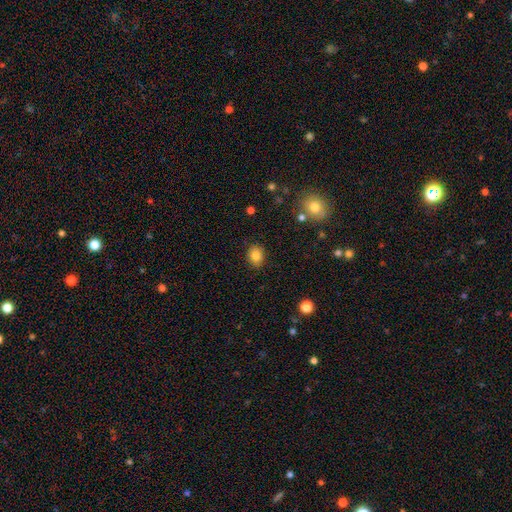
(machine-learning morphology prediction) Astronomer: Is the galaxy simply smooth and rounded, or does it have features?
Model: smooth — 83%.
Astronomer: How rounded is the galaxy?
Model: round — 53% (runner-up: in between, 46%).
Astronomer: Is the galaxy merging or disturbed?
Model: none — 88%.